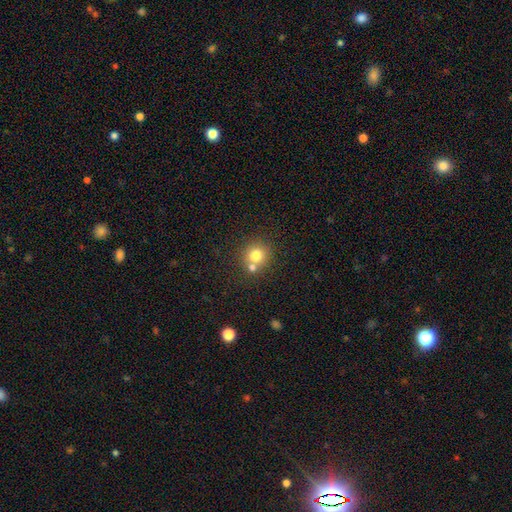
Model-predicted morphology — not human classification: type=smooth (78%); roundness=round (90%); merging=none (62%).